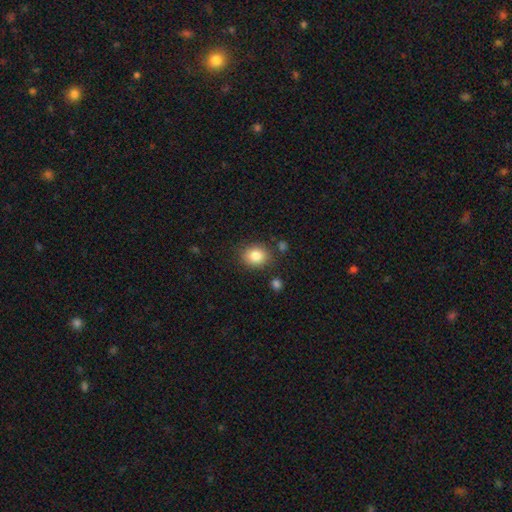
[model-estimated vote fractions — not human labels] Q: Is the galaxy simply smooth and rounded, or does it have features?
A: smooth — 84%.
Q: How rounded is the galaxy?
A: round — 63%.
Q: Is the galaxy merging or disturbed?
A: none — 82%.